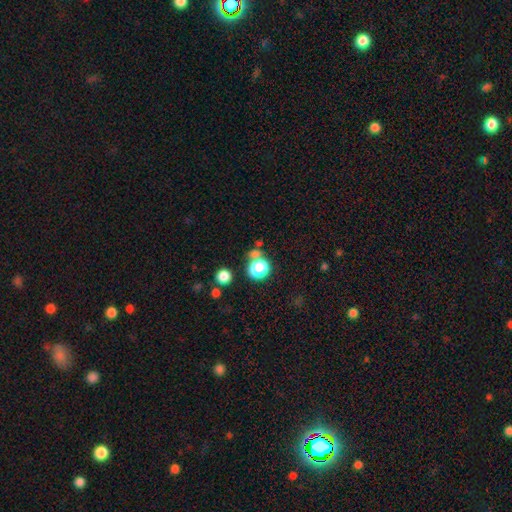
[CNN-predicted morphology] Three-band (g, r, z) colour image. It shows a smooth galaxy with no disk features (59%) that is round (84%). Merging: none (71%).